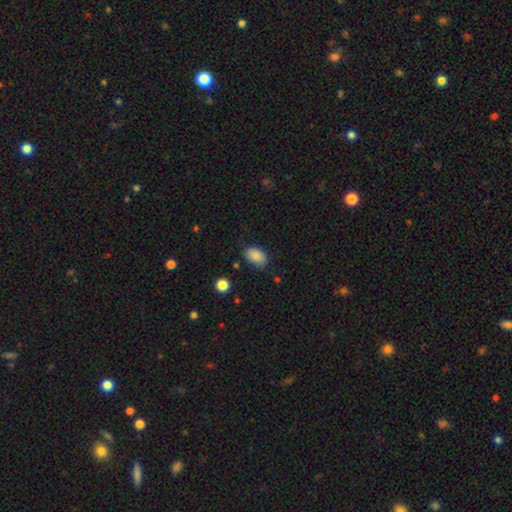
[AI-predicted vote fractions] Smooth or featured? smooth (86%)
How rounded? in between (88%)
Merging? none (74%)